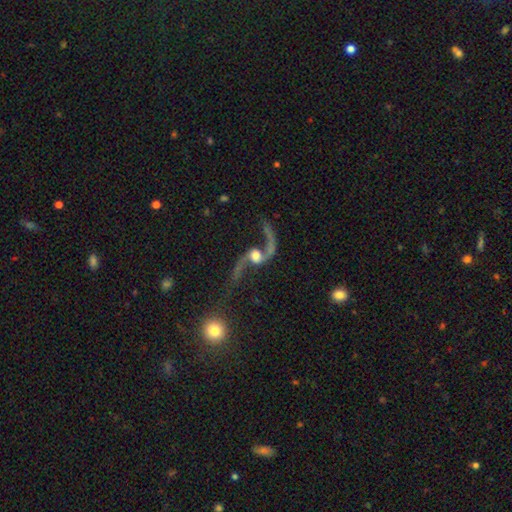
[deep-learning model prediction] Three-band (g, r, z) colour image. It shows a featured or disk galaxy (89%) with no bar (58%), 2 (94%) loose (93%) spiral arms (96%) and a moderate central bulge (46%). Merging: none (59%).